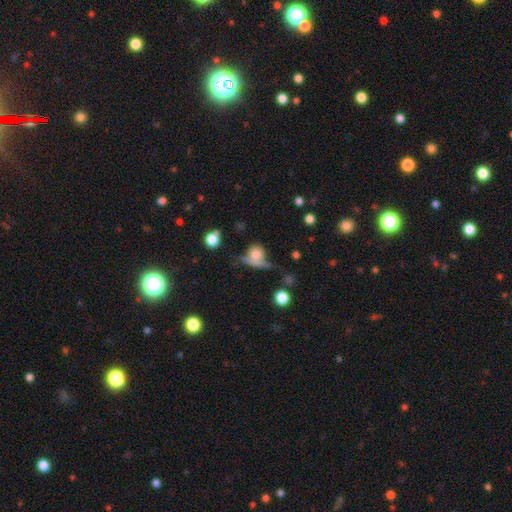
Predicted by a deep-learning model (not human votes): Overall: smooth (65%). How rounded: round (67%). Merging: none (35%; major disturbance 24%).